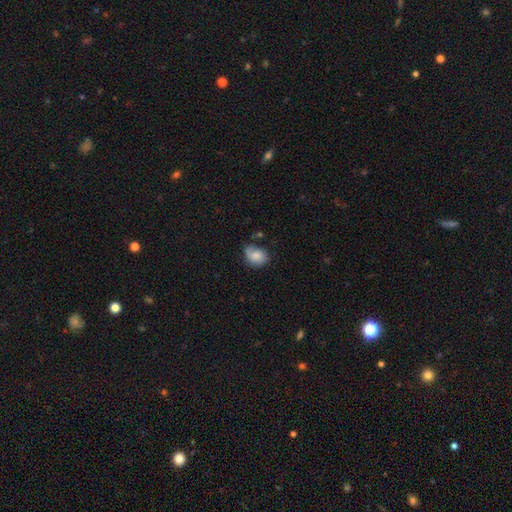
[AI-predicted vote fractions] smooth 74%, featured or disk 18%, star or artifact 8%. Down the decision tree: how rounded — in between (59%); merging — none (51%).